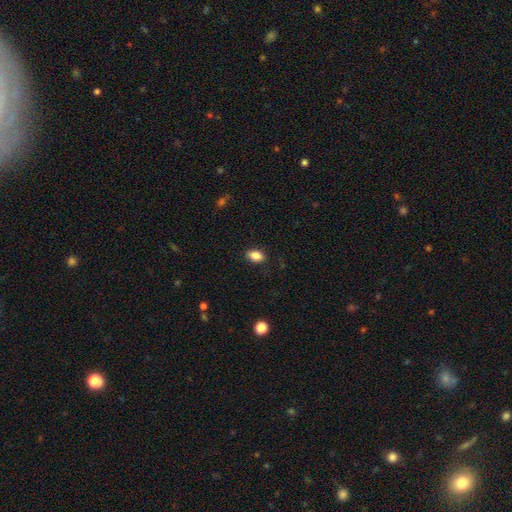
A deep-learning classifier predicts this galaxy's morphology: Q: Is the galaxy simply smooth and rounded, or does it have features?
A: smooth — 86%.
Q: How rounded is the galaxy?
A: in between — 86%.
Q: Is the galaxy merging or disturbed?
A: none — 87%.